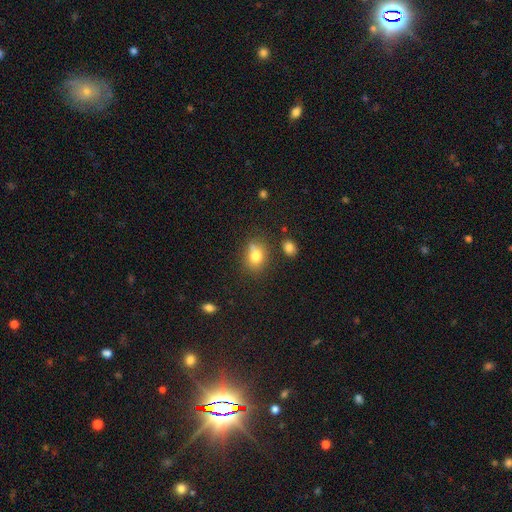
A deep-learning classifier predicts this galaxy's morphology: smooth 78%, star or artifact 11%, featured or disk 11%. Down the decision tree: how rounded — in between (52%); merging — none (59%).